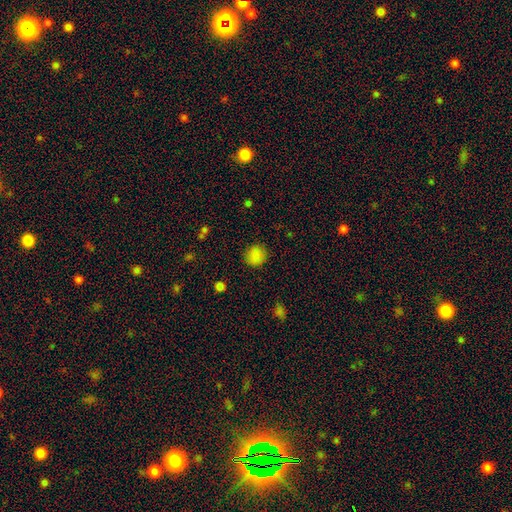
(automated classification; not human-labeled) Q: Smooth or featured?
A: smooth (86%); runner-up: star or artifact (10%)
Q: How rounded?
A: round (87%); runner-up: in between (12%)
Q: Merging?
A: none (89%); runner-up: minor disturbance (7%)